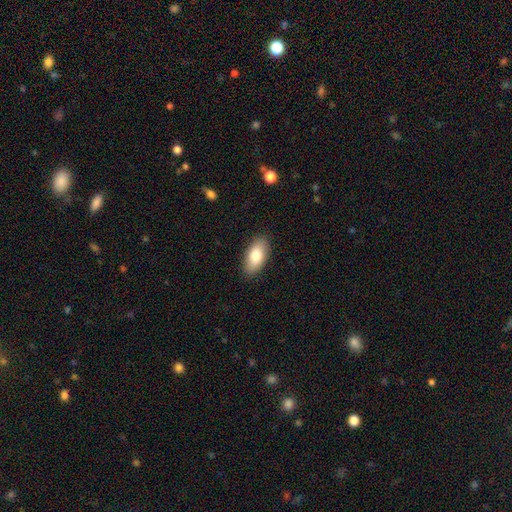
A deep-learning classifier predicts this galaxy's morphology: Q: Smooth or featured?
A: smooth (80%); runner-up: featured or disk (14%)
Q: How rounded?
A: in between (92%); runner-up: cigar-shaped (5%)
Q: Merging?
A: none (88%); runner-up: minor disturbance (9%)